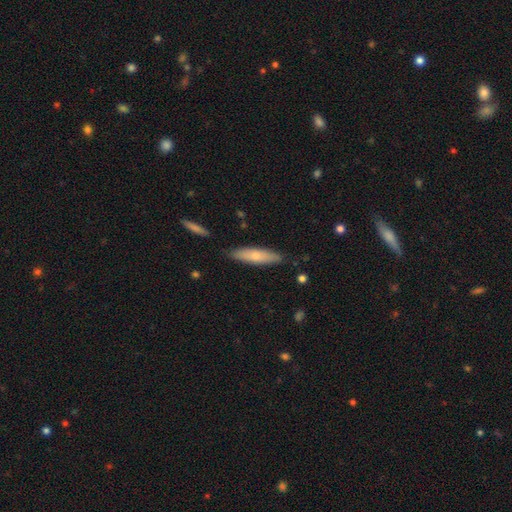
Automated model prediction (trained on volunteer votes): smooth-or-featured: smooth: 66% | featured or disk: 28% | star or artifact: 6%
  how-rounded: cigar-shaped: 70% | in between: 28% | round: 2%
  merging: none: 84% | minor disturbance: 12% | merger: 2% | major disturbance: 2%